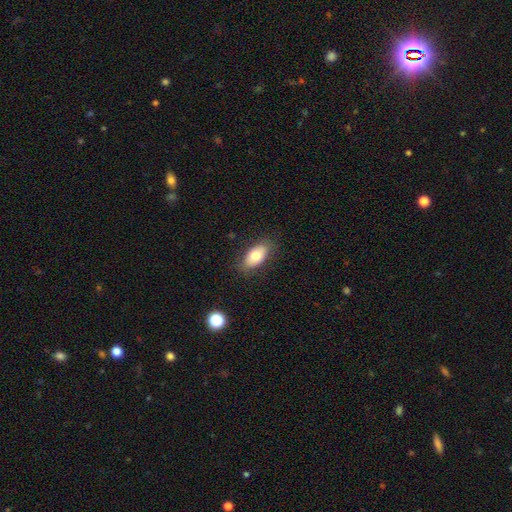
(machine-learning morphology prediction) Smooth or featured? Predicted: smooth (p=0.75). How rounded? Predicted: in between (p=0.90). Merging? Predicted: none (p=0.84).